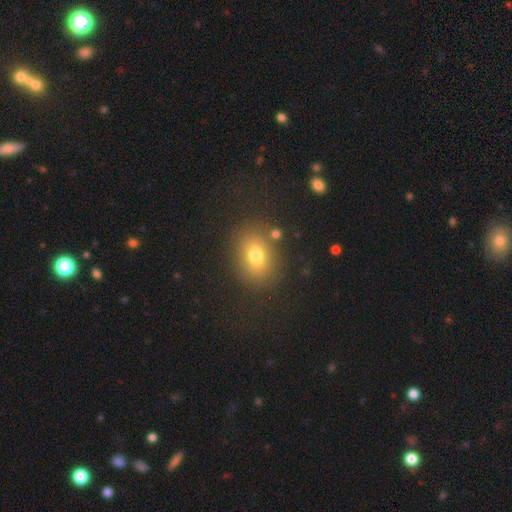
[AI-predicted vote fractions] Smooth or featured? smooth (73%)
How rounded? in between (61%)
Merging? none (81%)